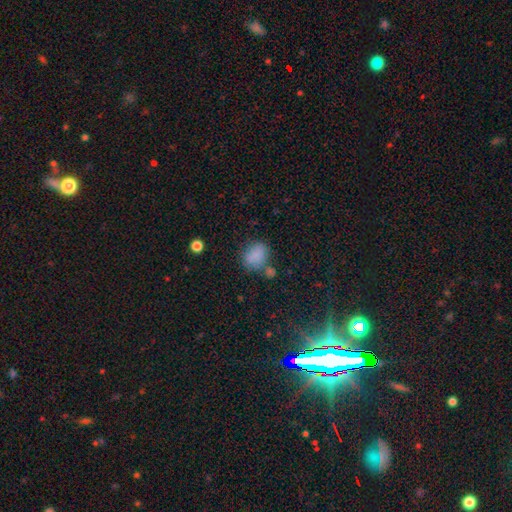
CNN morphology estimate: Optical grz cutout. It shows a smooth galaxy with no disk features (81%) that is in between round and cigar-shaped (57%). Merging: none (61%).